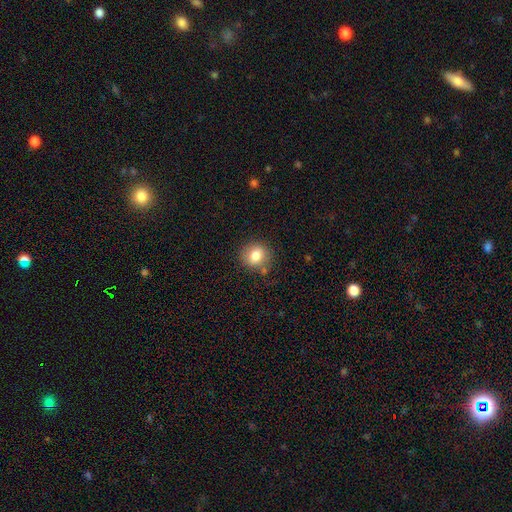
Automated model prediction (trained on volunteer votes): Morphology: type=smooth (81%); roundness=round (77%); merging=none (81%).